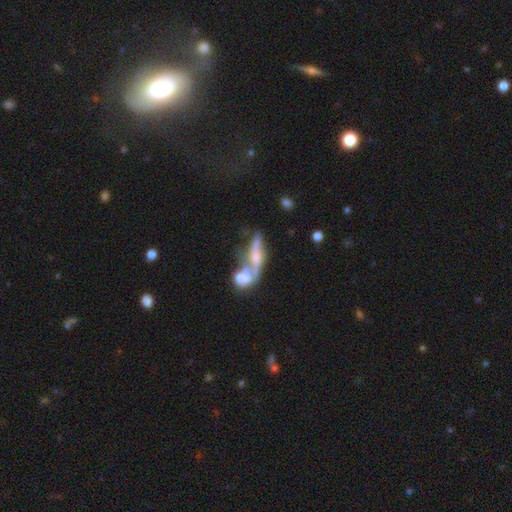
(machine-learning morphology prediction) Q: Smooth or featured?
A: featured or disk (57%); runner-up: smooth (34%)
Q: Edge-on disk?
A: no (58%); runner-up: yes (42%)
Q: Merging?
A: merger (66%); runner-up: none (16%)